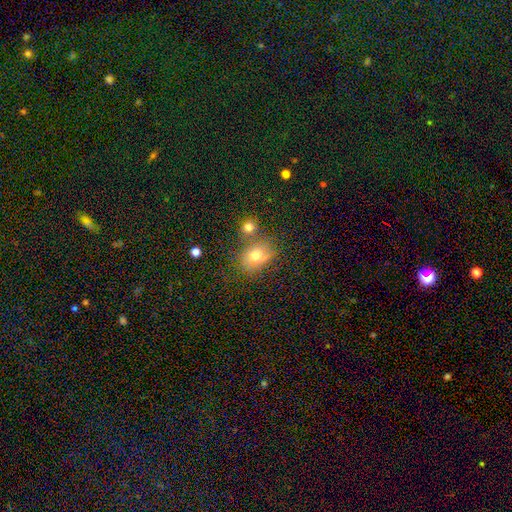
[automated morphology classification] Smooth or featured?
  - smooth: 70% *
  - featured or disk: 18%
  - star or artifact: 12%
How rounded?
  - in between: 61% *
  - round: 38%
  - cigar-shaped: 1%
Merging?
  - none: 54% *
  - merger: 20%
  - minor disturbance: 19%
  - major disturbance: 7%